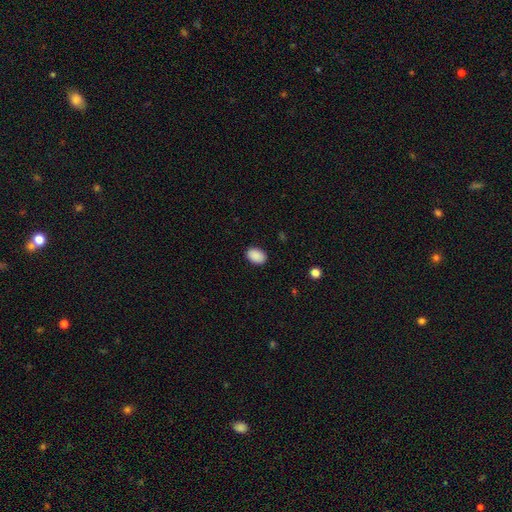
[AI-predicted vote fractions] Smooth or featured? Predicted: smooth (p=0.90). How rounded? Predicted: in between (p=0.86). Merging? Predicted: none (p=0.89).